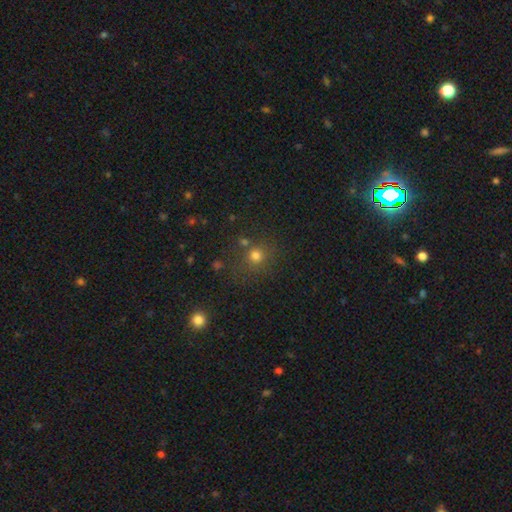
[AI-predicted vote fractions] Overall: smooth (73%). How rounded: round (89%). Merging: none (74%).